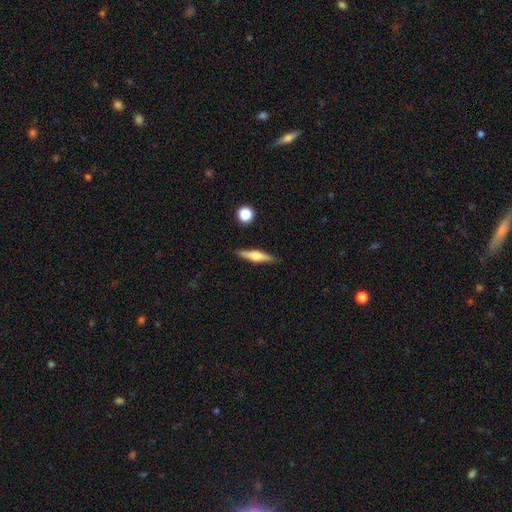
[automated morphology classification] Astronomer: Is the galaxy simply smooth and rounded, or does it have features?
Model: featured or disk — 51% (runner-up: smooth, 42%).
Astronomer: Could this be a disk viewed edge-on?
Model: yes — 96%.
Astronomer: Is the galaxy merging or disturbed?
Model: none — 89%.